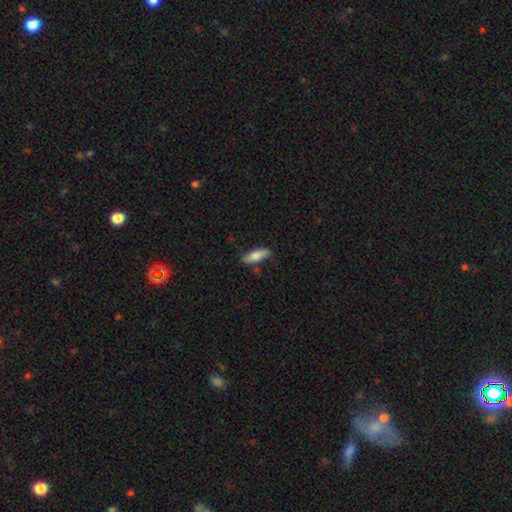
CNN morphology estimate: Q: Smooth or featured?
A: smooth (71%); runner-up: featured or disk (23%)
Q: How rounded?
A: in between (65%); runner-up: cigar-shaped (32%)
Q: Merging?
A: none (81%); runner-up: minor disturbance (14%)